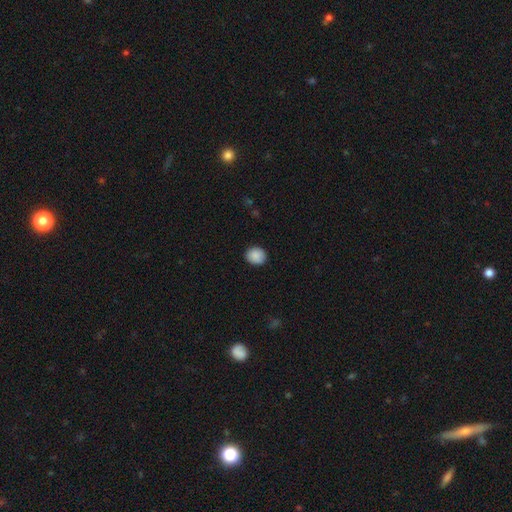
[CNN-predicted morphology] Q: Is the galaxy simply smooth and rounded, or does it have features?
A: smooth — 89%.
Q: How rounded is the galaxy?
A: round — 69%.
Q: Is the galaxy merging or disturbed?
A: none — 87%.